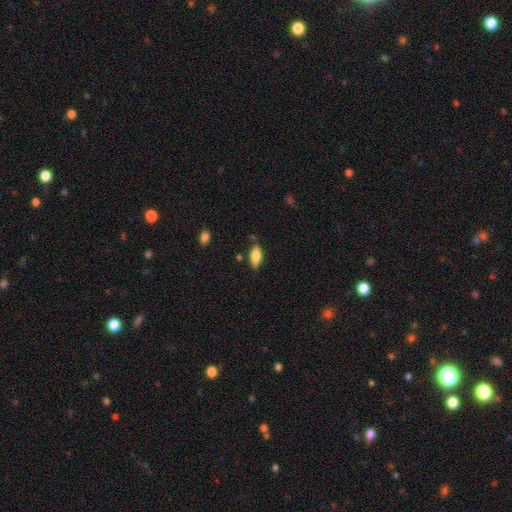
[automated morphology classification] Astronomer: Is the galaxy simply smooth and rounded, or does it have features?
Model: smooth — 76%.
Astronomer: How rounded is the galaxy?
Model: in between — 77%.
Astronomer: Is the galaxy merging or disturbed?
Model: none — 79%.